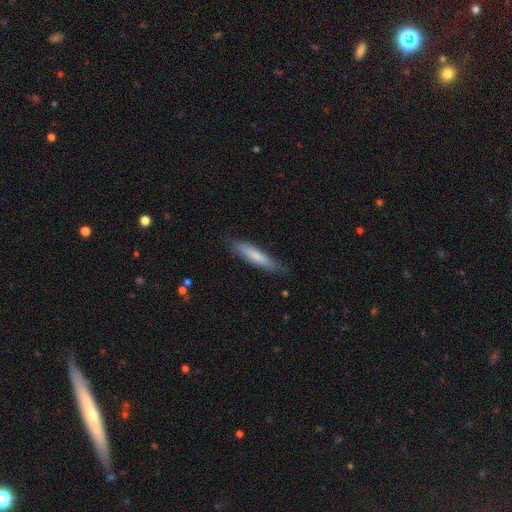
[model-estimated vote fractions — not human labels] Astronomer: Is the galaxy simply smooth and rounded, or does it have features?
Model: smooth — 69%.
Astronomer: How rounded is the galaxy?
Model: cigar-shaped — 85%.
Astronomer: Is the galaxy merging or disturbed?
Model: none — 81%.